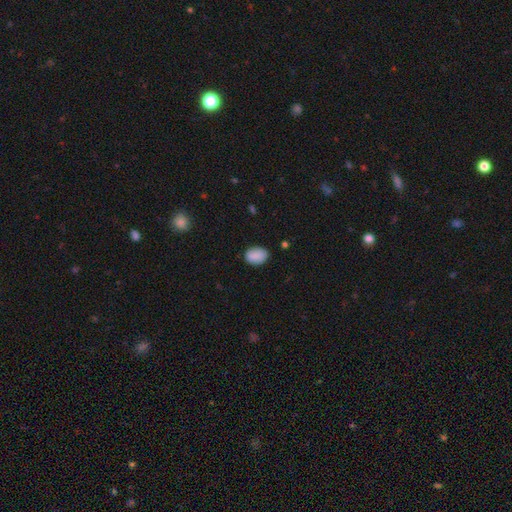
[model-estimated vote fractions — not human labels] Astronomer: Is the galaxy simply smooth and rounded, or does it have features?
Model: smooth — 87%.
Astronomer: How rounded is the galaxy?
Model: in between — 78%.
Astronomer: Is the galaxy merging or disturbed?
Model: none — 79%.